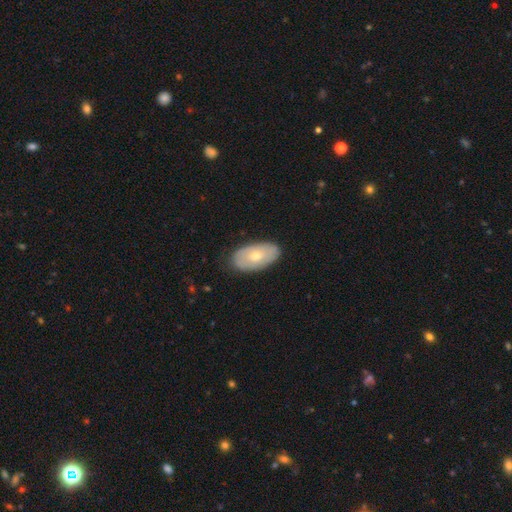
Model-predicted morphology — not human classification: This appears to be a smooth galaxy with no disk features (59%) that is in between round and cigar-shaped (94%). Merging: none (84%).